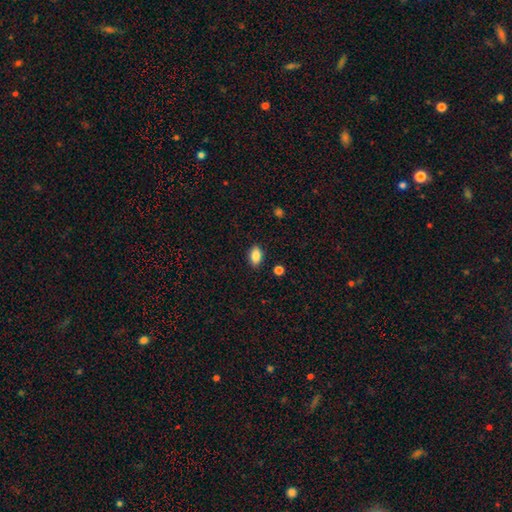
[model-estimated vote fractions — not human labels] This appears to be a smooth galaxy with no disk features (86%) that is in between round and cigar-shaped (89%). Merging: none (87%).